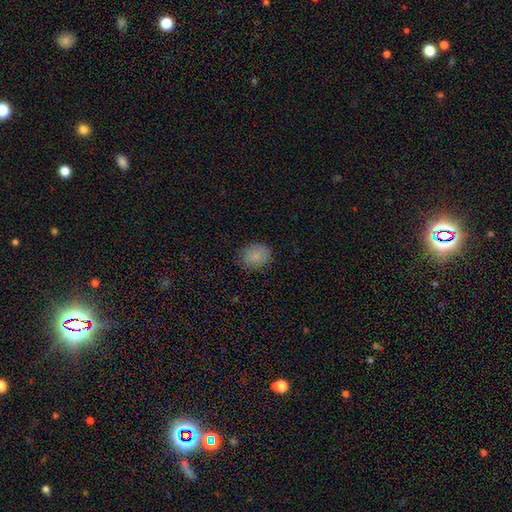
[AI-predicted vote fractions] Smooth or featured: smooth — 84% (star or artifact — 11%)
How rounded: round — 60% (in between — 39%)
Merging: none — 83% (minor disturbance — 13%)